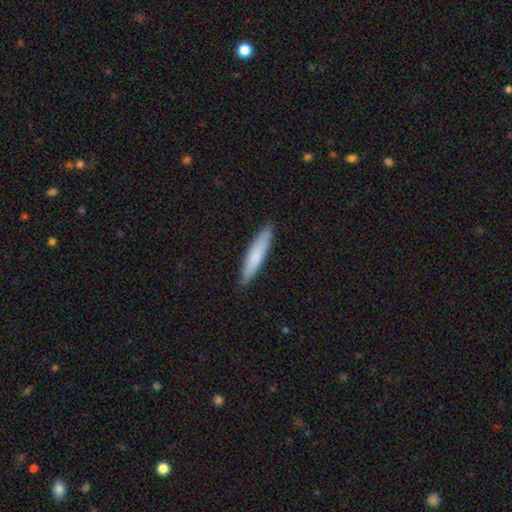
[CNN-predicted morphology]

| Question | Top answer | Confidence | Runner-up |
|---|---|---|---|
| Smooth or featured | smooth | 77% | featured or disk (18%) |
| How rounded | cigar-shaped | 89% | in between (10%) |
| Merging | none | 90% | minor disturbance (8%) |